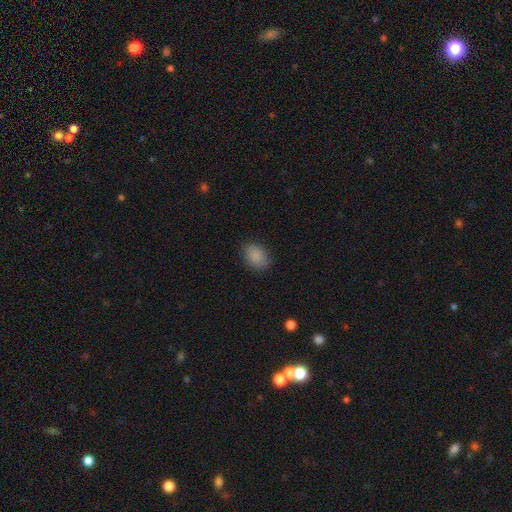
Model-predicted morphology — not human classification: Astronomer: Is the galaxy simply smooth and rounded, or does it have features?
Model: smooth — 88%.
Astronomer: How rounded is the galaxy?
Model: in between — 74%.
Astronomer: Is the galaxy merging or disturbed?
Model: none — 84%.